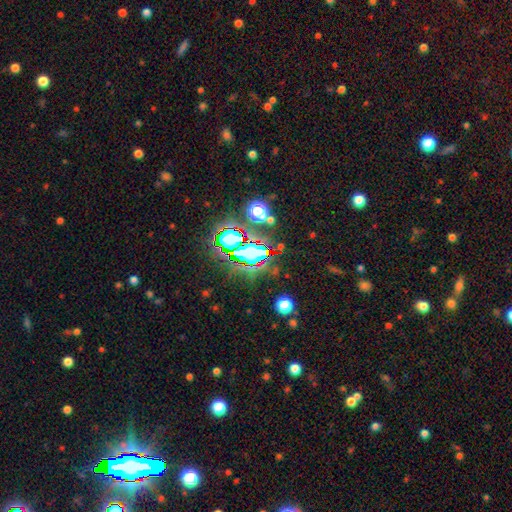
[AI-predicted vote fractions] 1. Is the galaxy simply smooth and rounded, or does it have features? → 73% star or artifact, 16% smooth, 11% featured or disk.